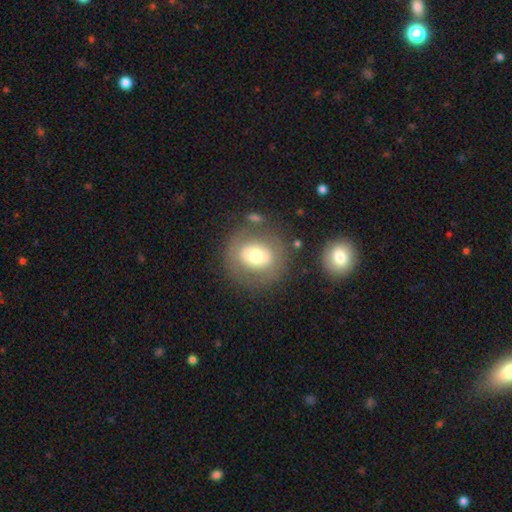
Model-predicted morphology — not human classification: smooth-or-featured: smooth: 59% | featured or disk: 33% | star or artifact: 8%
  how-rounded: round: 81% | in between: 18% | cigar-shaped: 1%
  merging: none: 75% | minor disturbance: 12% | major disturbance: 7% | merger: 6%